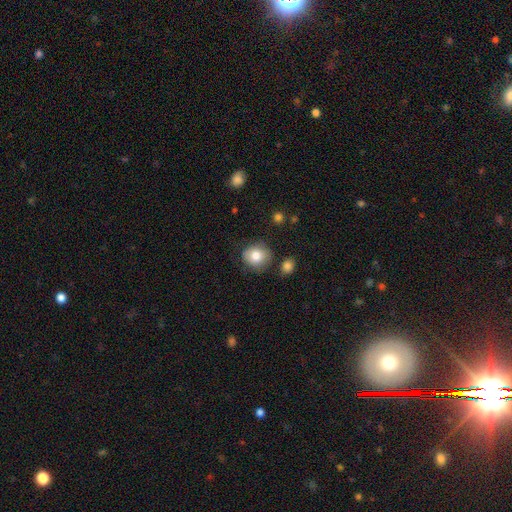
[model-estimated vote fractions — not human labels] smooth 80%, featured or disk 11%, star or artifact 9%. Down the decision tree: how rounded — round (81%); merging — none (75%).